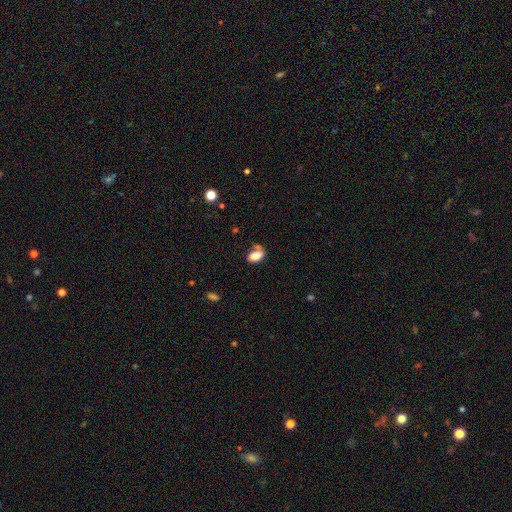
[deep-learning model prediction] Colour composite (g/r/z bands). It shows a smooth galaxy with no disk features (82%) that is in between round and cigar-shaped (91%). Merging: none (51%).